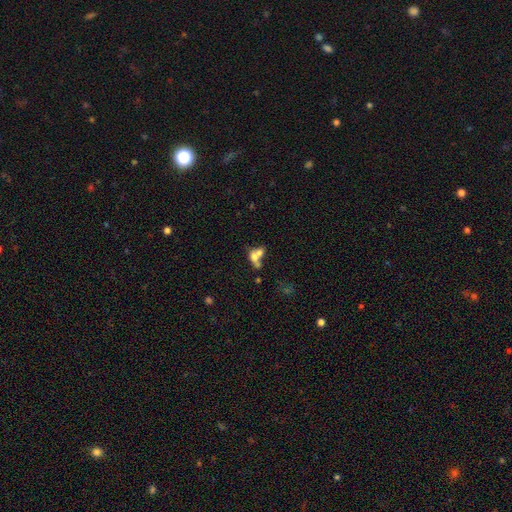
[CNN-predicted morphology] A smooth galaxy with no disk features (59%) that is in between round and cigar-shaped (61%). Merging: merger (67%).